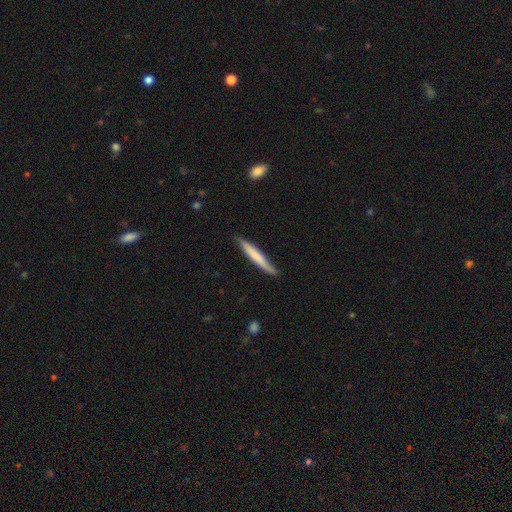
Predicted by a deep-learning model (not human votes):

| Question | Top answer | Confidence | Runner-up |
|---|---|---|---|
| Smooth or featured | smooth | 65% | featured or disk (30%) |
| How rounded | cigar-shaped | 96% | in between (3%) |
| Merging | none | 82% | minor disturbance (15%) |